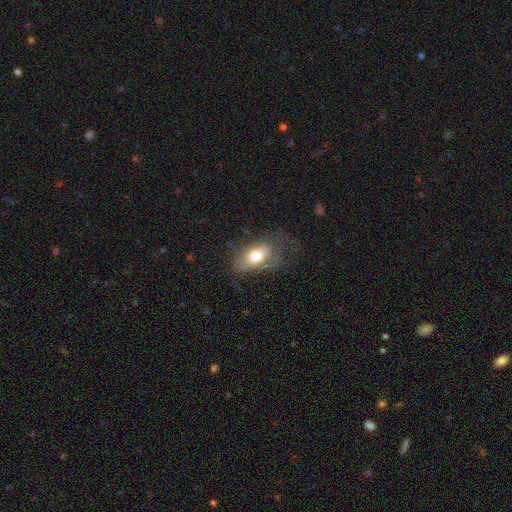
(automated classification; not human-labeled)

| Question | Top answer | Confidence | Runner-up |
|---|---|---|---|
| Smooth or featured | smooth | 67% | featured or disk (25%) |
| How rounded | in between | 89% | round (8%) |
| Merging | none | 51% | minor disturbance (27%) |